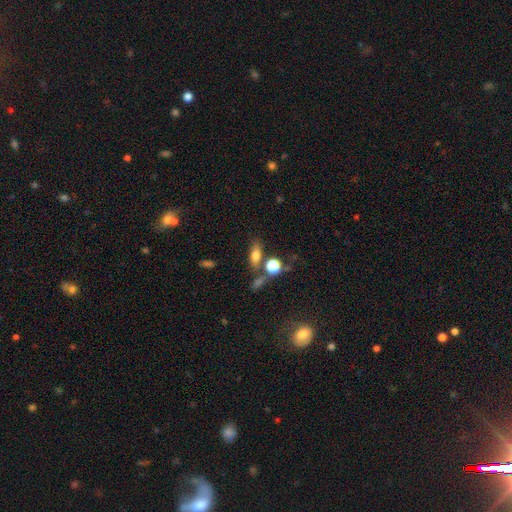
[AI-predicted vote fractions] Smooth or featured? Predicted: smooth (p=0.69). How rounded? Predicted: in between (p=0.67). Merging? Predicted: none (p=0.63).